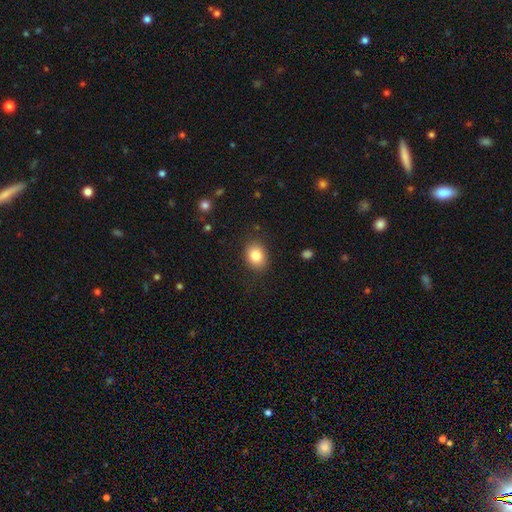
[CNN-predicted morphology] type=smooth (84%); roundness=in between (56%); merging=none (85%).